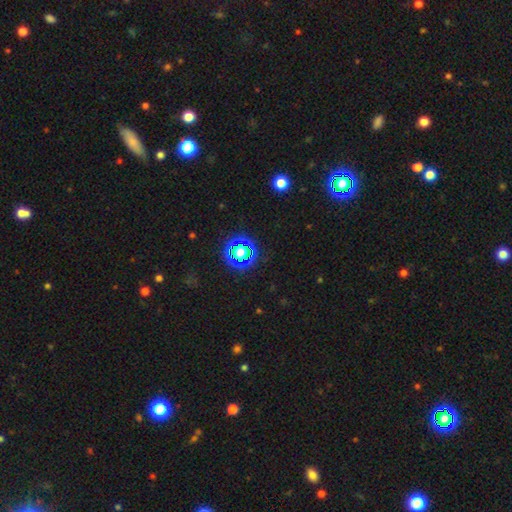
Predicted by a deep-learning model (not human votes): Smooth or featured? star or artifact (74%)